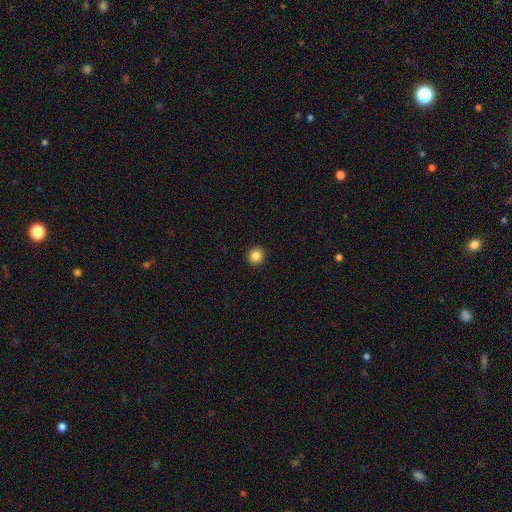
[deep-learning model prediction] A smooth galaxy with no disk features (86%) that is round (90%). Merging: none (93%).